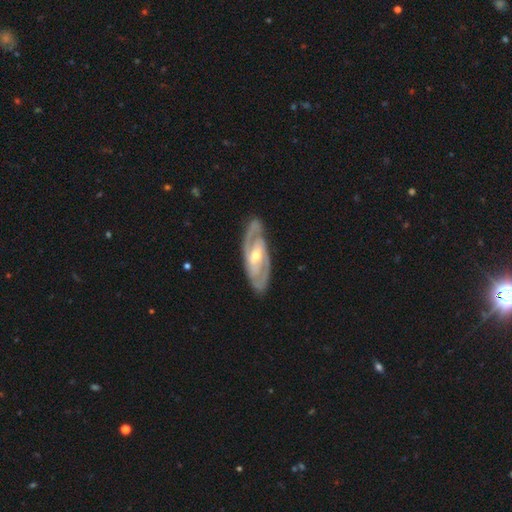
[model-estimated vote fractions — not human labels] Smooth or featured: featured or disk — 88% (smooth — 8%)
Edge-on disk: no — 92% (yes — 8%)
Bar: weak — 39% (no — 33%)
Spiral arms: yes — 93% (no — 7%)
Spiral winding: tight — 52% (medium — 39%)
Spiral arm count: 2 — 84% (can't tell — 8%)
Bulge size: moderate — 52% (small — 45%)
Merging: none — 84% (minor disturbance — 12%)